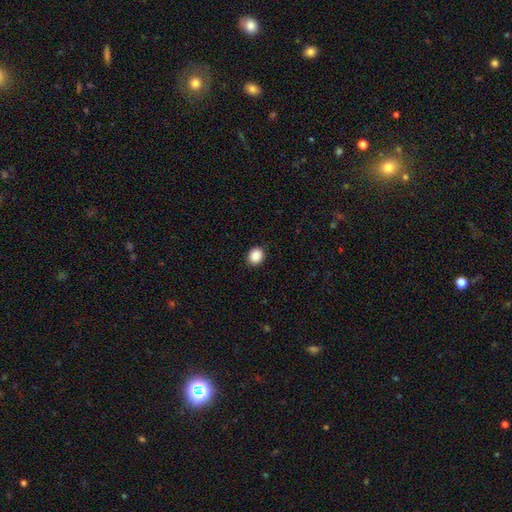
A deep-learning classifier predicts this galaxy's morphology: The model was most divided on "how rounded": round: 77%, in between: 23%, cigar-shaped: 1%. More confident: merging — none (91%); smooth or featured — smooth (89%).